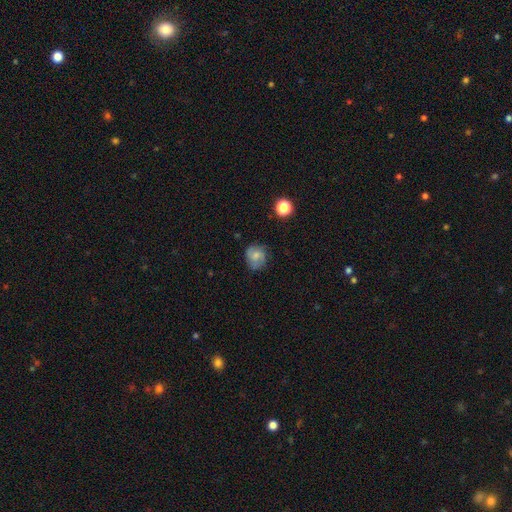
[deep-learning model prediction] This is possibly a smooth galaxy (54%). How rounded: likely round (76%). Merging: likely none (68%).